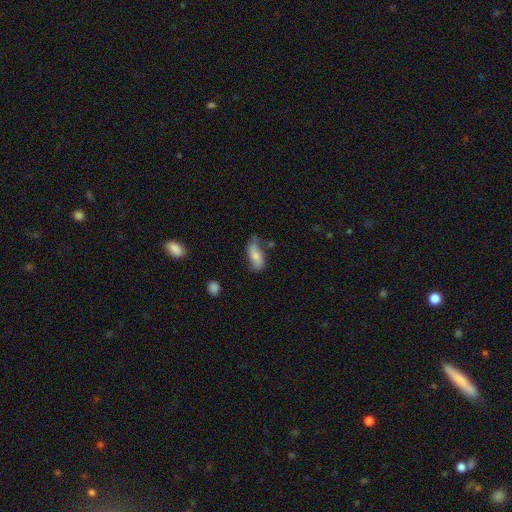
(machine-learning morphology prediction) This appears to be a smooth galaxy with no disk features (58%) that is in between round and cigar-shaped (84%). Merging: none (55%).